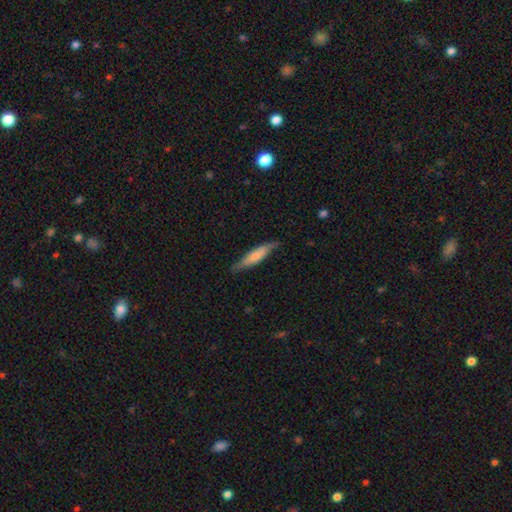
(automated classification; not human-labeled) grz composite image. It shows a smooth galaxy with no disk features (58%) that is cigar-shaped (76%). Merging: none (74%).